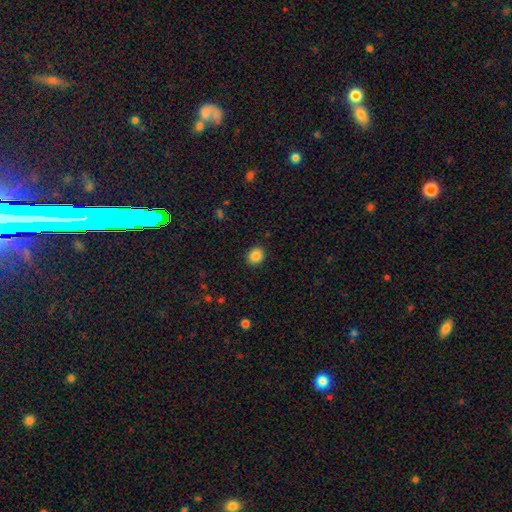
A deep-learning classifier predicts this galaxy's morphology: Smooth or featured: smooth — 86% (star or artifact — 10%)
How rounded: round — 76% (in between — 24%)
Merging: none — 91% (minor disturbance — 6%)